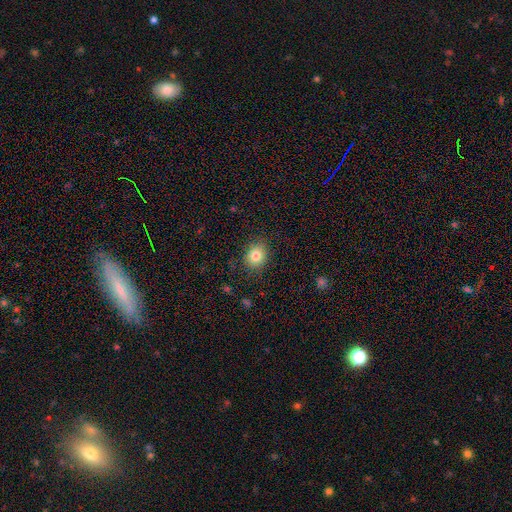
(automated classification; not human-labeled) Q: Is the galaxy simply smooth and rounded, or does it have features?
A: smooth — 82%.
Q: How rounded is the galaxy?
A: round — 66%.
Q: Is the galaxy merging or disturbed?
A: none — 87%.